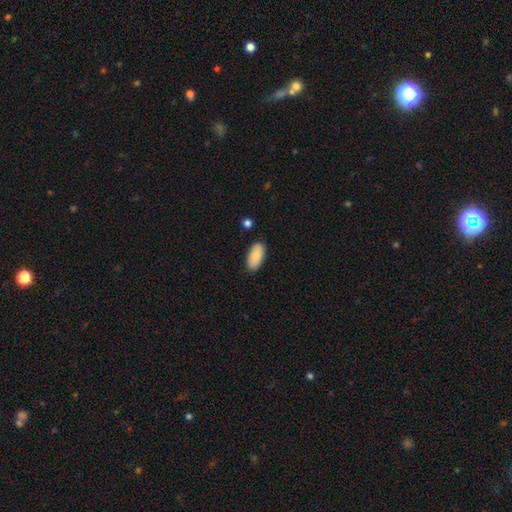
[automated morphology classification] Q: Smooth or featured?
A: smooth (87%); runner-up: featured or disk (7%)
Q: How rounded?
A: in between (93%); runner-up: cigar-shaped (5%)
Q: Merging?
A: none (86%); runner-up: minor disturbance (10%)